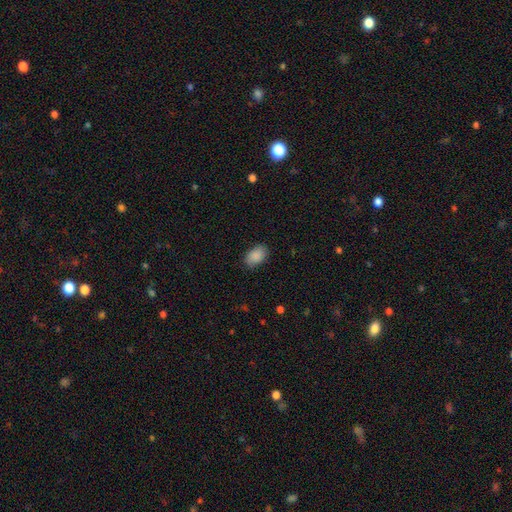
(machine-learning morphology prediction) smooth-or-featured: smooth: 89% | star or artifact: 7% | featured or disk: 4%
  how-rounded: in between: 89% | round: 10% | cigar-shaped: 1%
  merging: none: 81% | minor disturbance: 15% | major disturbance: 3% | merger: 1%